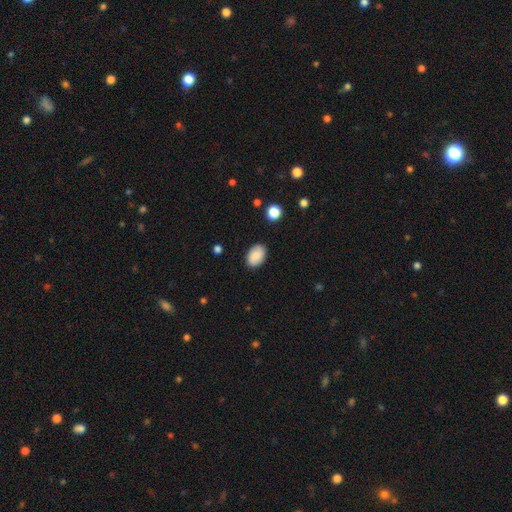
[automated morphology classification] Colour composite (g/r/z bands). It shows a smooth galaxy with no disk features (88%) that is in between round and cigar-shaped (87%). Merging: none (87%).